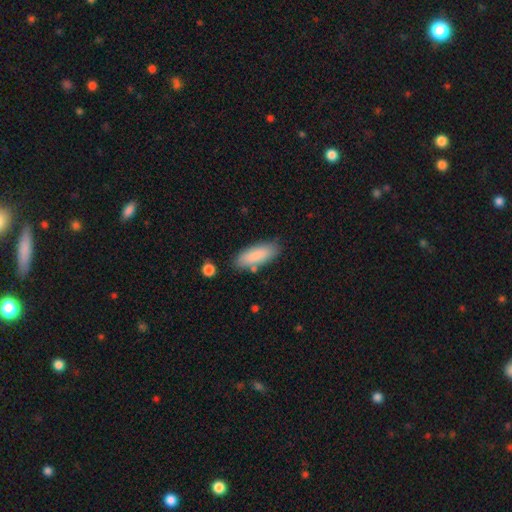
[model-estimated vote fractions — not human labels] smooth 85%, featured or disk 9%, star or artifact 6%. Down the decision tree: how rounded — in between (67%); merging — none (78%).